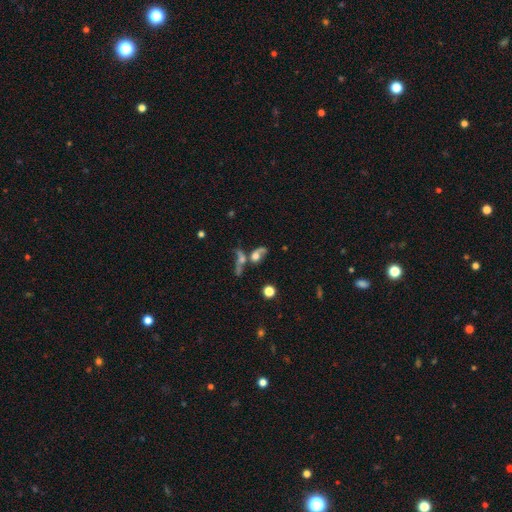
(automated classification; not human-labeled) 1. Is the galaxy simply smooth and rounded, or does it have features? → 43% smooth, 40% featured or disk, 17% star or artifact.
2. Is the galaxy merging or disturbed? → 50% merger, 20% major disturbance, 20% none, 10% minor disturbance.